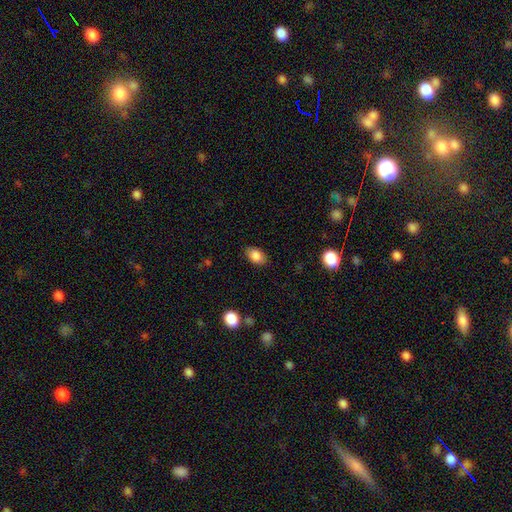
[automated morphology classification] This is clearly a smooth galaxy (86%). How rounded: clearly in between (84%). Merging: clearly none (84%).